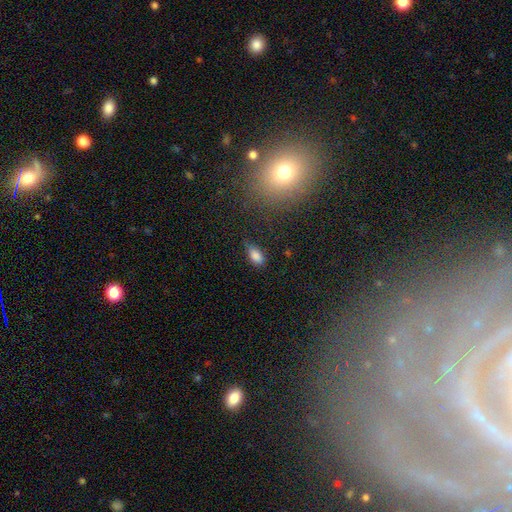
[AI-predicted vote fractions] Morphology: type=smooth (83%); roundness=in between (88%); merging=none (59%).